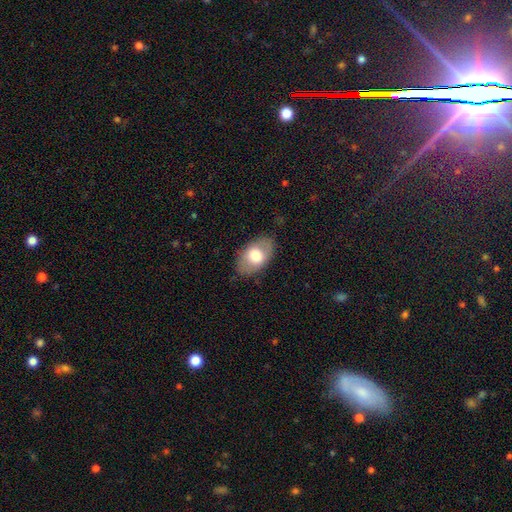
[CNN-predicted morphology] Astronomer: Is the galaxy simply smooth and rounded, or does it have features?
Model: smooth — 68%.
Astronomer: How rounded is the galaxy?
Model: in between — 91%.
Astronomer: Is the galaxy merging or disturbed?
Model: none — 81%.